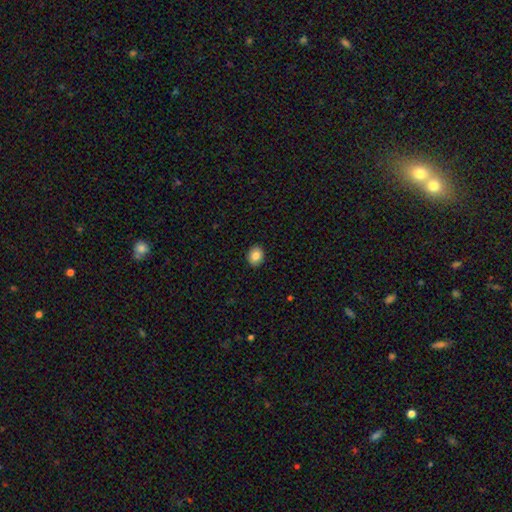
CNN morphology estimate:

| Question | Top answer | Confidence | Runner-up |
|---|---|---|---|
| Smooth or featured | smooth | 85% | star or artifact (9%) |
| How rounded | round | 53% | in between (46%) |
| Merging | none | 91% | minor disturbance (6%) |